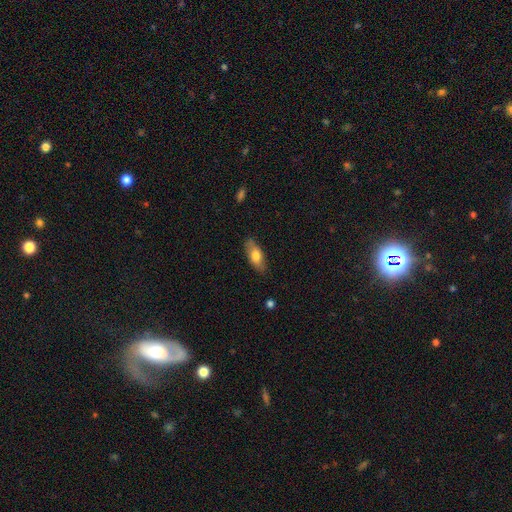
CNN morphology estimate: smooth 71%, featured or disk 23%, star or artifact 6%. Down the decision tree: how rounded — in between (77%); merging — none (82%).